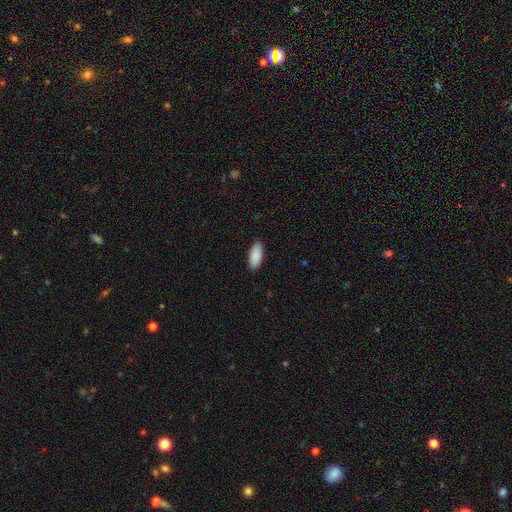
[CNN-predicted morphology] This is clearly a smooth galaxy (91%). How rounded: clearly in between (88%). Merging: clearly none (90%).